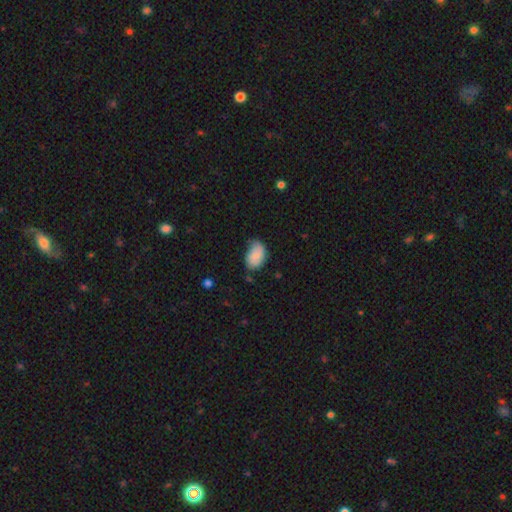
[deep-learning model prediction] smooth-or-featured: smooth: 72% | featured or disk: 20% | star or artifact: 8%
  how-rounded: in between: 87% | round: 11% | cigar-shaped: 1%
  merging: none: 54% | minor disturbance: 36% | major disturbance: 8% | merger: 3%